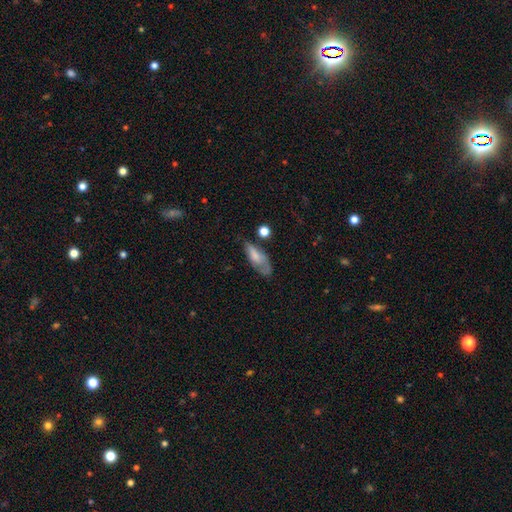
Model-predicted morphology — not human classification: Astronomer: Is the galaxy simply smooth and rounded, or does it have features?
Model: smooth — 67%.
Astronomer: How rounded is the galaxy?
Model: in between — 79%.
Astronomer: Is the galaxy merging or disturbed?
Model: none — 39% (runner-up: minor disturbance, 33%).